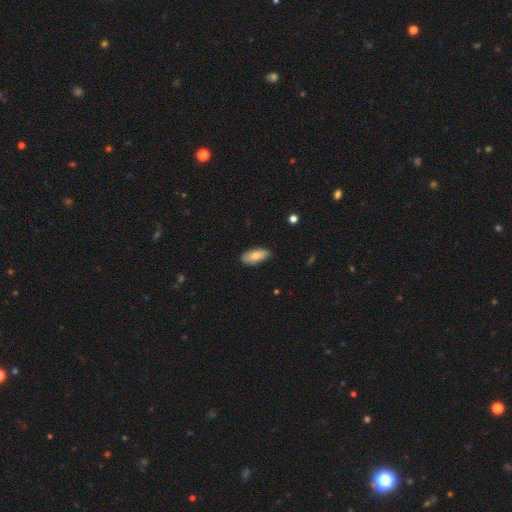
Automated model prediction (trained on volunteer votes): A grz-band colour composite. It shows a smooth galaxy with no disk features (80%) that is in between round and cigar-shaped (88%). Merging: none (82%).